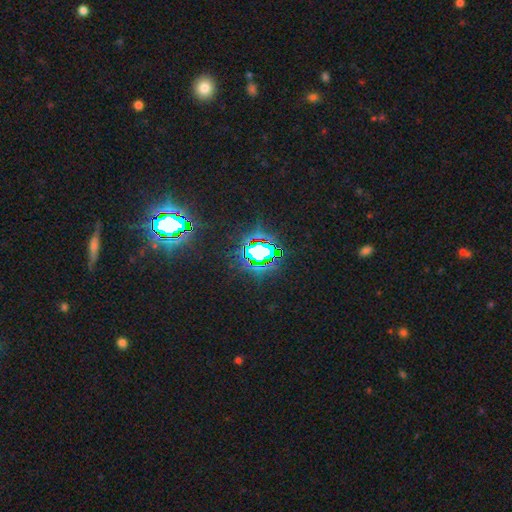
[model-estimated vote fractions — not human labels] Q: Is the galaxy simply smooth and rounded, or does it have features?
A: star or artifact — 78%.